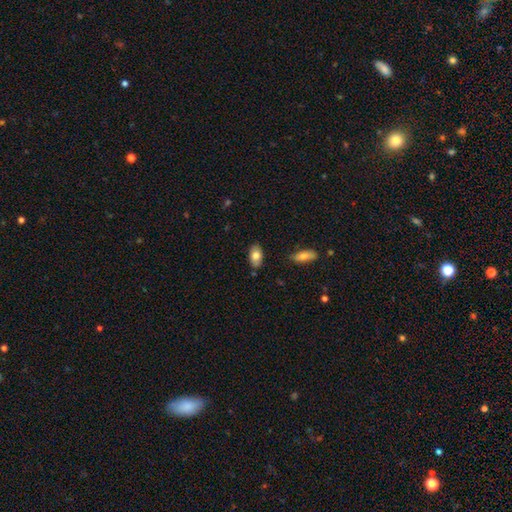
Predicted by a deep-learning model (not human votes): This appears to be a smooth galaxy with no disk features (78%) that is in between round and cigar-shaped (92%). Merging: none (81%).